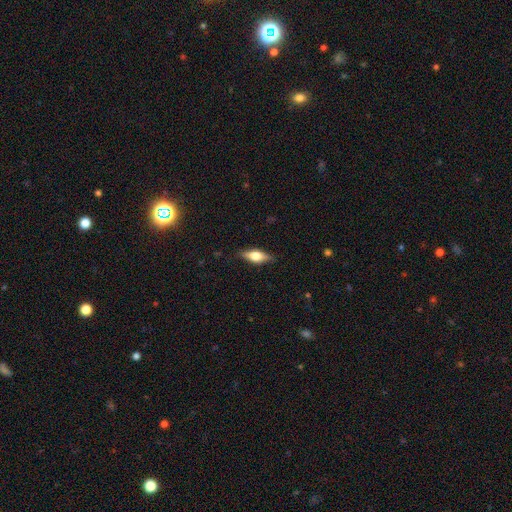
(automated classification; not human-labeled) Overall: smooth (51%; featured or disk 42%). How rounded: in between (65%; cigar-shaped 31%). Merging: none (83%).